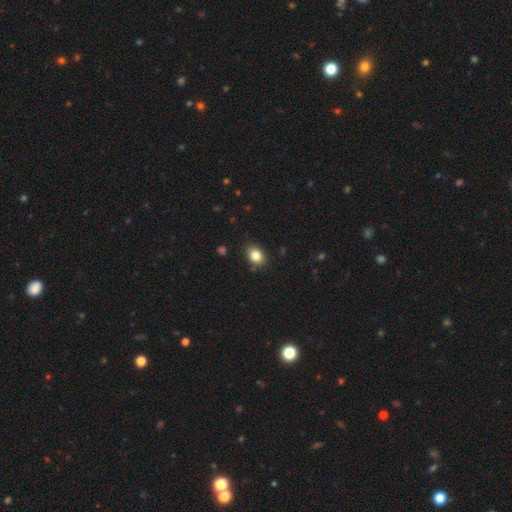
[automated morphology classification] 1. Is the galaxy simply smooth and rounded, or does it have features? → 84% smooth, 9% star or artifact, 7% featured or disk.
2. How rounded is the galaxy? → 62% in between, 37% round, 1% cigar-shaped.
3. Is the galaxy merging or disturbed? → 85% none, 11% minor disturbance, 2% major disturbance, 2% merger.